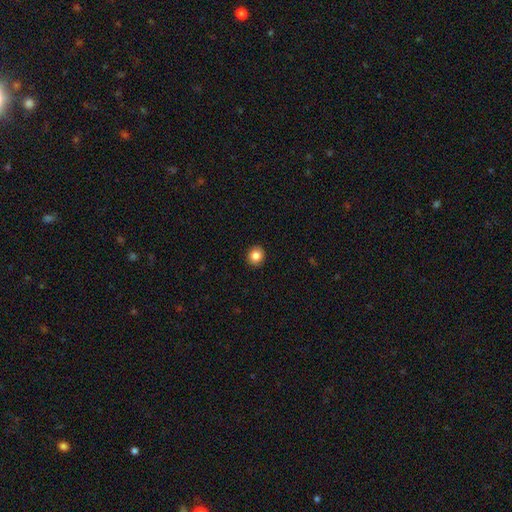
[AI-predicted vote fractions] This is clearly a smooth galaxy (85%). How rounded: clearly round (86%). Merging: clearly none (93%).